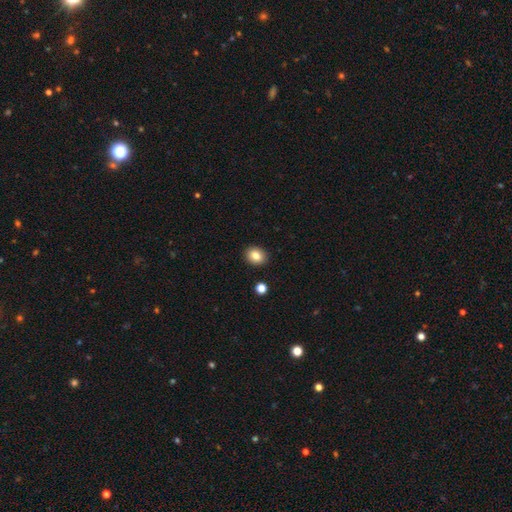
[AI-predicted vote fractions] This appears to be a smooth galaxy with no disk features (83%) that is round (50%). Merging: none (90%).